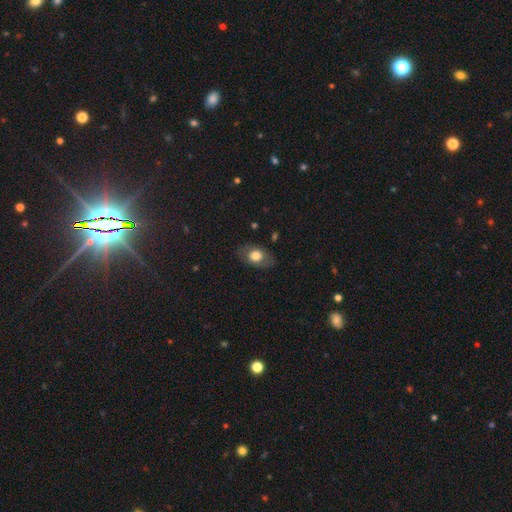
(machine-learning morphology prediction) This appears to be a smooth galaxy with no disk features (72%) that is in between round and cigar-shaped (83%). Merging: none (78%).